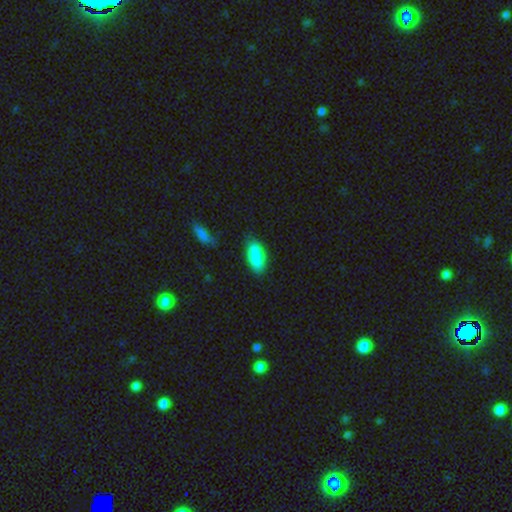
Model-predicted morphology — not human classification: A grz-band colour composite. It shows a smooth galaxy with no disk features (88%) that is in between round and cigar-shaped (87%). Merging: none (81%).